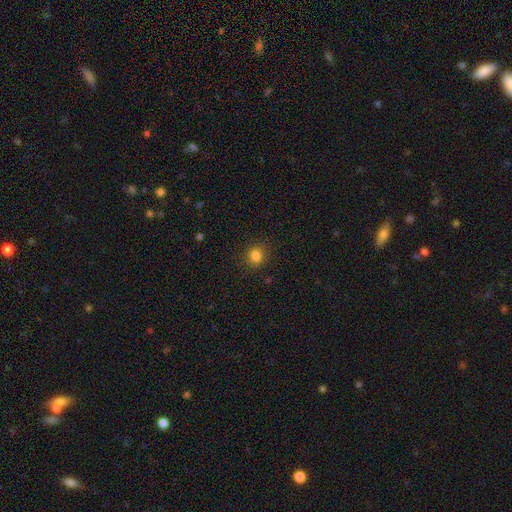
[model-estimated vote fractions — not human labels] Smooth or featured?
  - smooth: 82% *
  - star or artifact: 13%
  - featured or disk: 5%
How rounded?
  - round: 70% *
  - in between: 29%
  - cigar-shaped: 1%
Merging?
  - none: 87% *
  - minor disturbance: 9%
  - major disturbance: 3%
  - merger: 1%